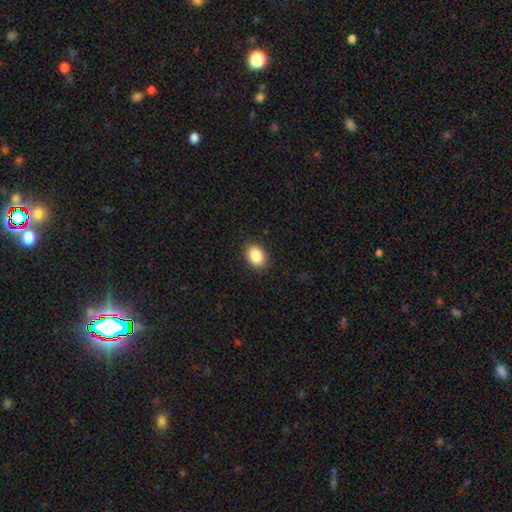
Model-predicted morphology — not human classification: smooth-or-featured: smooth: 88% | star or artifact: 8% | featured or disk: 4%
  how-rounded: in between: 73% | round: 26% | cigar-shaped: 1%
  merging: none: 90% | minor disturbance: 7% | major disturbance: 2% | merger: 1%